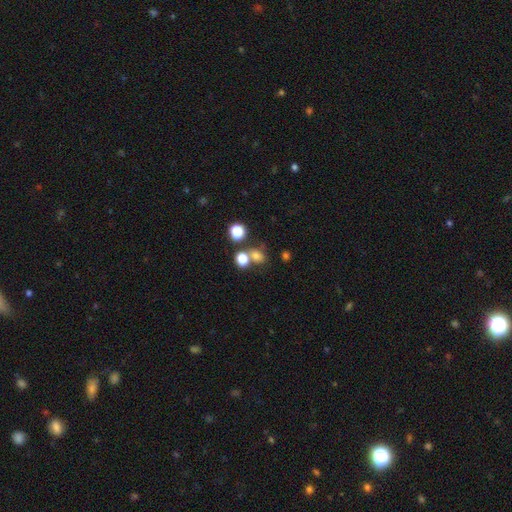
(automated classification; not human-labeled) Smooth or featured? Predicted: smooth (p=0.71). How rounded? Predicted: round (p=0.63). Merging? Predicted: none (p=0.51).